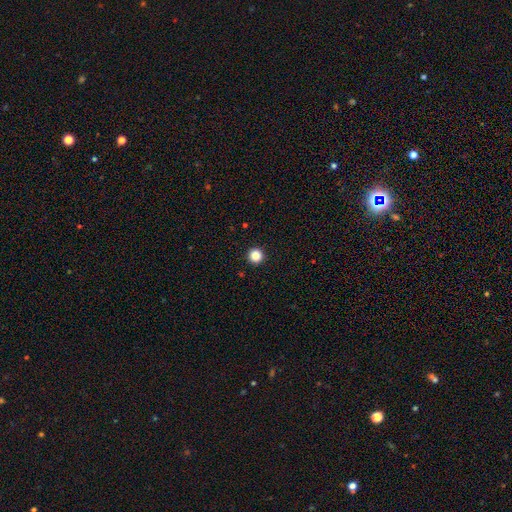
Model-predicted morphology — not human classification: Q: Smooth or featured?
A: smooth (86%); runner-up: star or artifact (11%)
Q: How rounded?
A: round (96%); runner-up: in between (3%)
Q: Merging?
A: none (94%); runner-up: minor disturbance (4%)